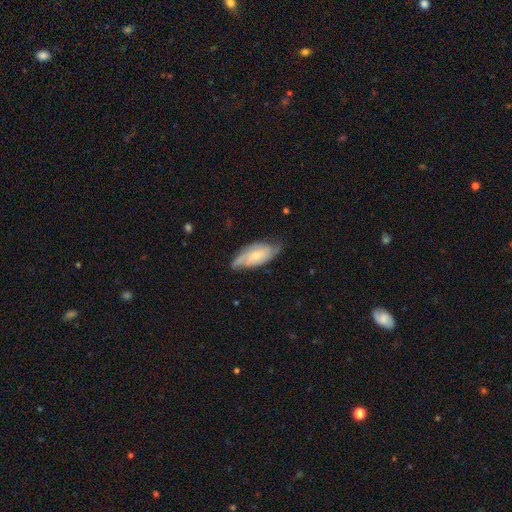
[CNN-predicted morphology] A featured or disk galaxy (62%) with no bar (64%), 2 (58%) tight (42%, tied with medium) spiral arms (89%) and a small central bulge (59%).

Vote fractions:
- Smooth or featured? featured or disk: 62% / smooth: 32% / star or artifact: 6%
- Edge-on disk? no: 91% / yes: 9%
- Bar? no: 64% / weak: 29% / strong: 7%
- Spiral arms? yes: 89% / no: 11%
- Spiral winding? tight: 42% (tied) / medium: 42% (tied) / loose: 17%
- Spiral arm count? 2: 58% / can't tell: 23% / 3: 10% / 1: 4% / 4: 2% / more than 4: 2%
- Bulge size? small: 59% / moderate: 31% / none: 5% / large: 3% / dominant: 1%
- Merging? none: 64% / minor disturbance: 27% / major disturbance: 7% / merger: 2%